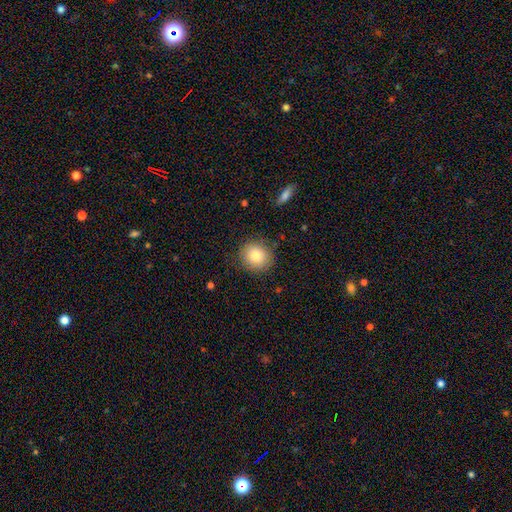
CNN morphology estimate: smooth_or_featured: smooth (p=0.83) [alt: star or artifact p=0.09]
how_rounded: round (p=0.86) [alt: in between p=0.13]
merging: none (p=0.86) [alt: minor disturbance p=0.10]